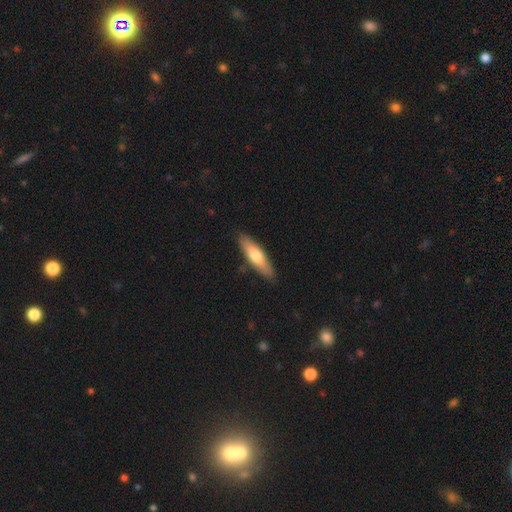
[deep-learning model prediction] This appears to be a smooth galaxy with no disk features (62%) that is cigar-shaped (64%). Merging: none (88%).